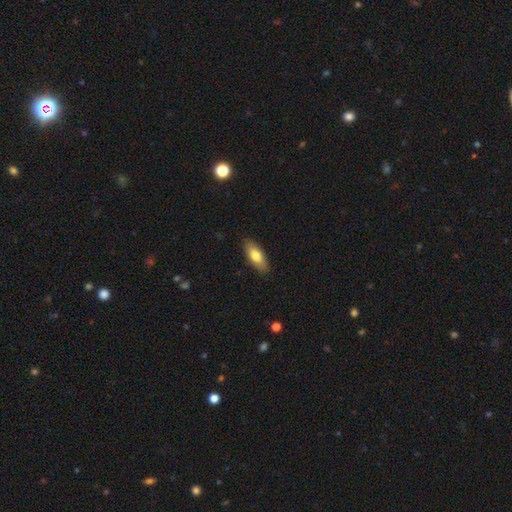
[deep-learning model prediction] This is likely a smooth galaxy (75%). How rounded: likely in between (76%). Merging: clearly none (87%).